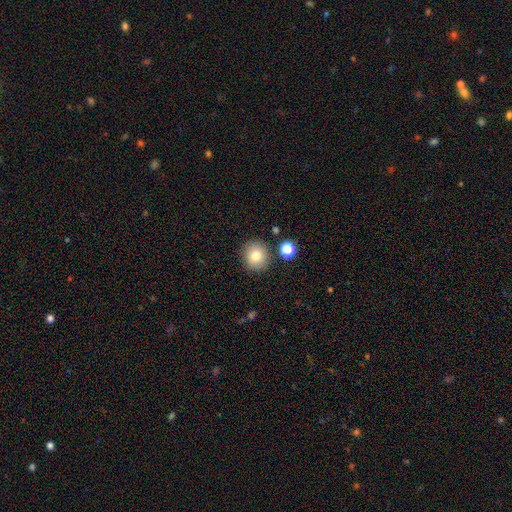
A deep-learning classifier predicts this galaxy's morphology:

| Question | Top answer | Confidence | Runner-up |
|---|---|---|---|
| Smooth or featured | smooth | 79% | star or artifact (11%) |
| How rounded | round | 89% | in between (10%) |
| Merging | none | 85% | minor disturbance (8%) |